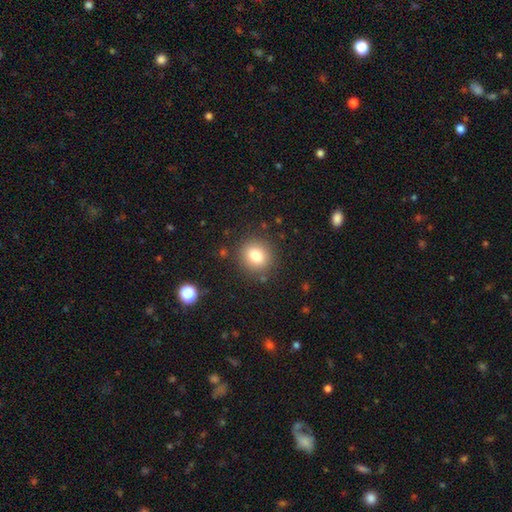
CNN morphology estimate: type=smooth (81%); roundness=round (80%); merging=none (86%).